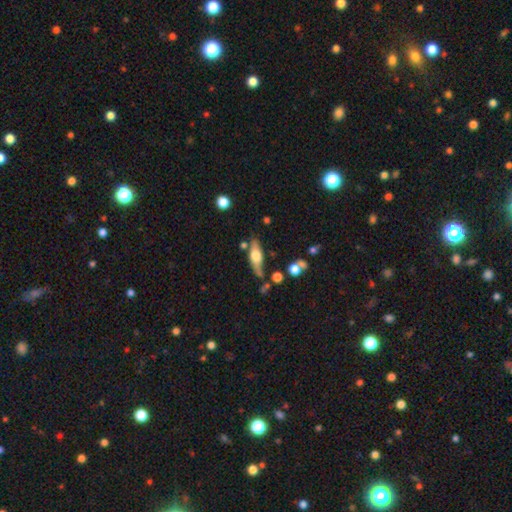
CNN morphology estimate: Overall: featured or disk (54%; smooth 39%). Edge-on disk: yes (83%). Merging: none (67%).